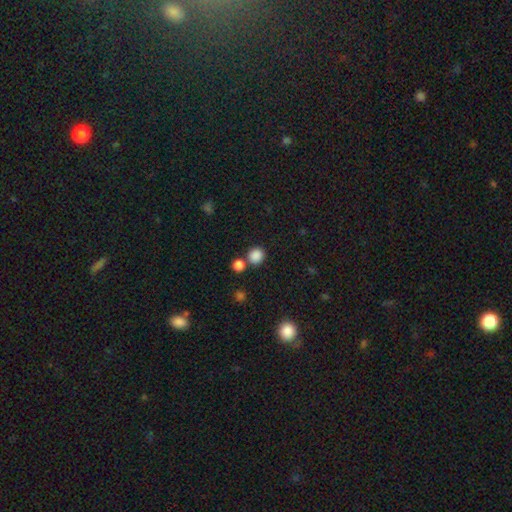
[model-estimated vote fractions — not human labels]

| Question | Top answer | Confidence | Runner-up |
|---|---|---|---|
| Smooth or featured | smooth | 85% | star or artifact (12%) |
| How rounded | round | 87% | in between (12%) |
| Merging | none | 70% | merger (19%) |